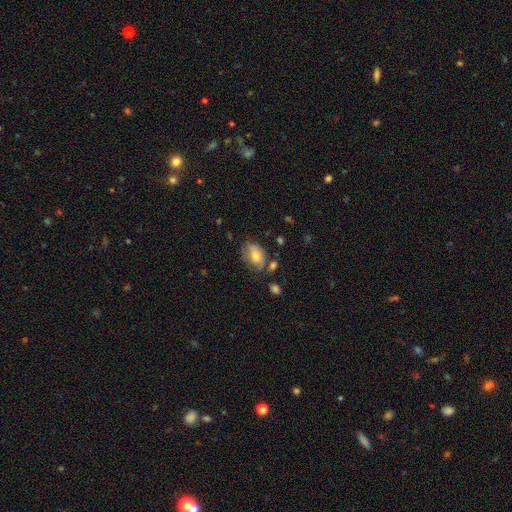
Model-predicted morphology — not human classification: A smooth galaxy with no disk features (68%) that is in between round and cigar-shaped (83%). Merging: none (56%).